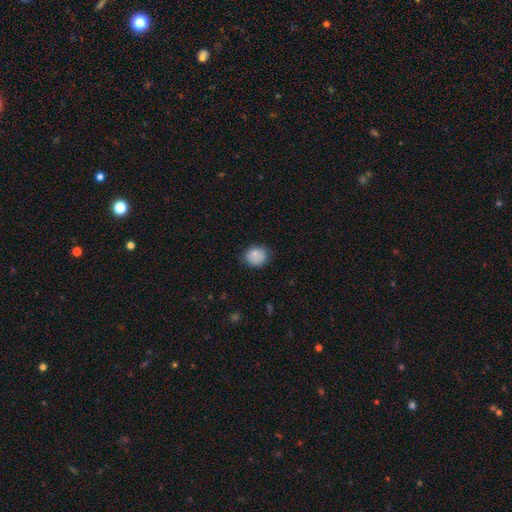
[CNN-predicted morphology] A smooth galaxy with no disk features (82%) that is round (67%). Merging: none (73%).